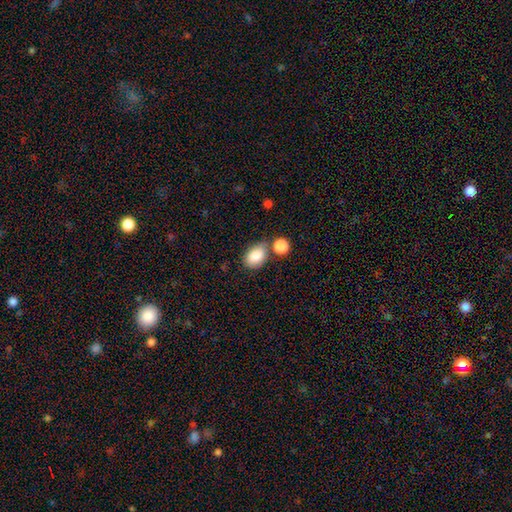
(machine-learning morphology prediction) A smooth galaxy with no disk features (86%) that is in between round and cigar-shaped (83%).

Vote fractions:
- Smooth or featured? smooth: 86% / star or artifact: 8% / featured or disk: 7%
- How rounded? in between: 83% / round: 15% / cigar-shaped: 1%
- Merging? none: 62% / merger: 18% / minor disturbance: 16% / major disturbance: 4%